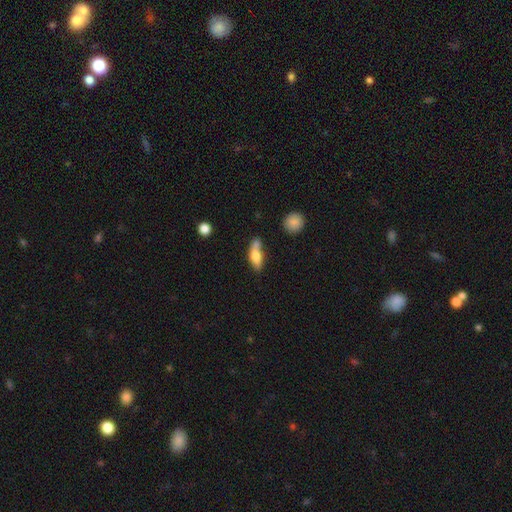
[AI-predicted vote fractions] This appears to be a smooth galaxy with no disk features (71%) that is in between round and cigar-shaped (63%). Merging: none (48%).